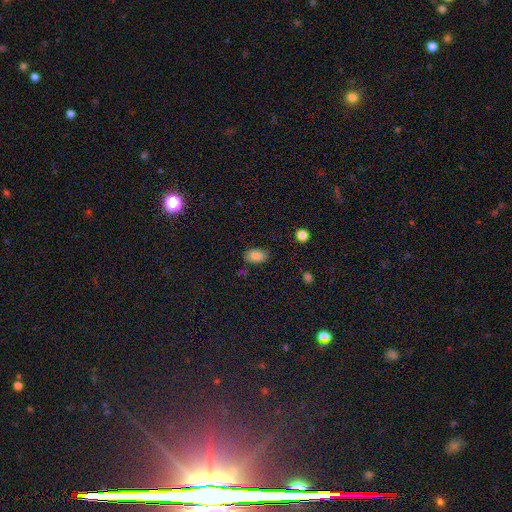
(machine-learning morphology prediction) Overall: smooth (85%). How rounded: in between (91%). Merging: none (81%).